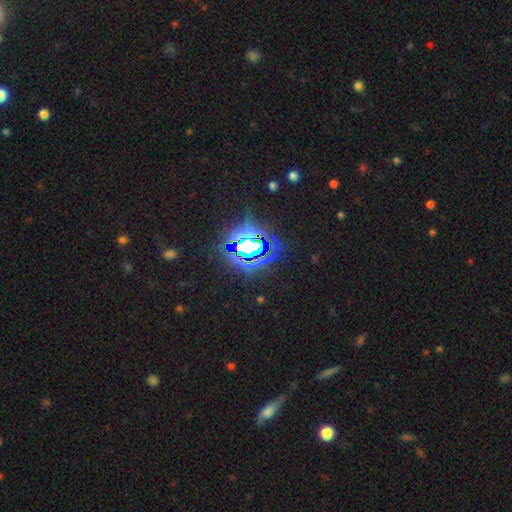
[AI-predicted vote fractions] Morphology: type=star or artifact (79%).